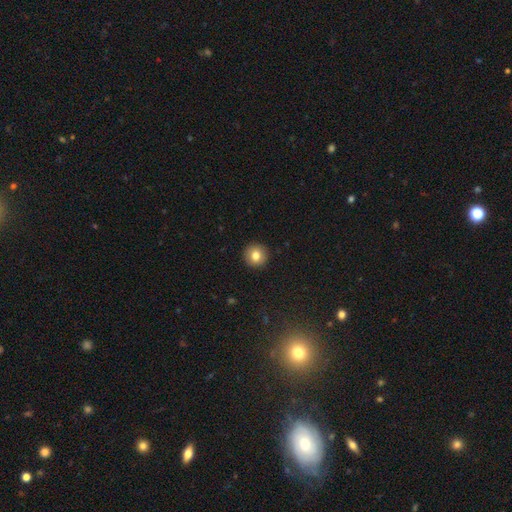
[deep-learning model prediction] The model was most divided on "smooth or featured": smooth: 80%, star or artifact: 10%, featured or disk: 10%. More confident: how rounded — round (95%); merging — none (93%).